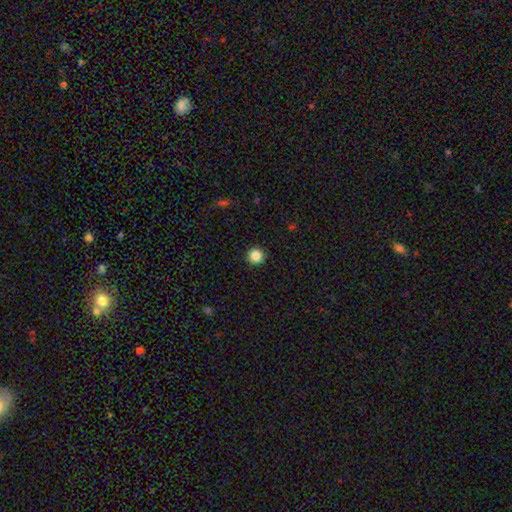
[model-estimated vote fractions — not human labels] Overall: smooth (86%). How rounded: round (96%). Merging: none (93%).